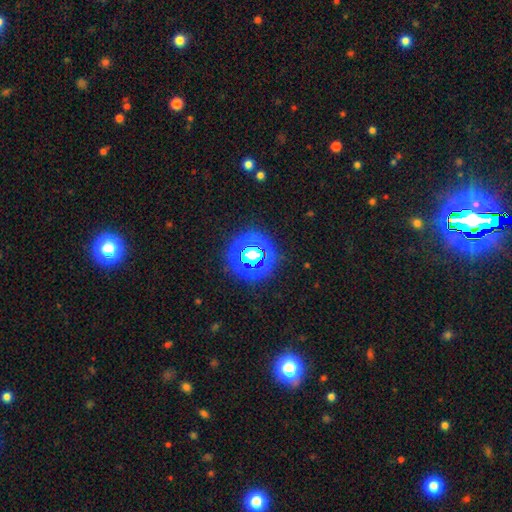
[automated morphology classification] Smooth or featured? star or artifact (60%)